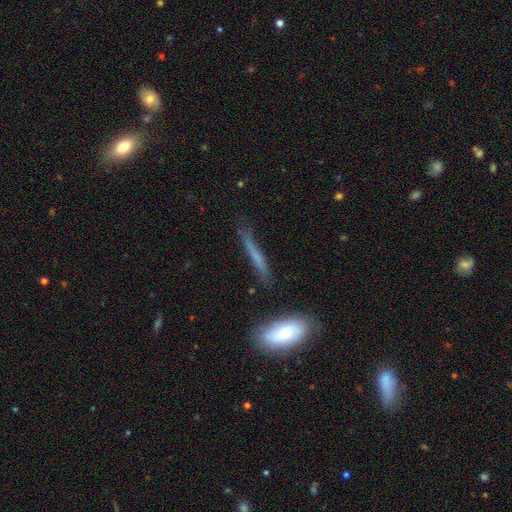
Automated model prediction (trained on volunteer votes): This is possibly a smooth galaxy (57%). How rounded: clearly cigar-shaped (91%). Merging: likely none (69%).